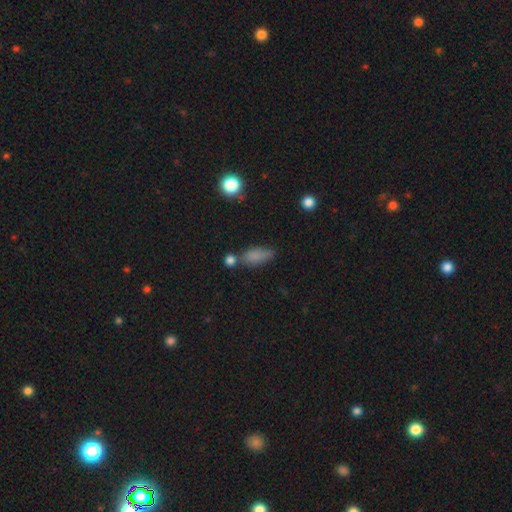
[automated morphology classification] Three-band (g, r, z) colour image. It shows a smooth galaxy with no disk features (80%) that is in between round and cigar-shaped (83%). Merging: none (51%).